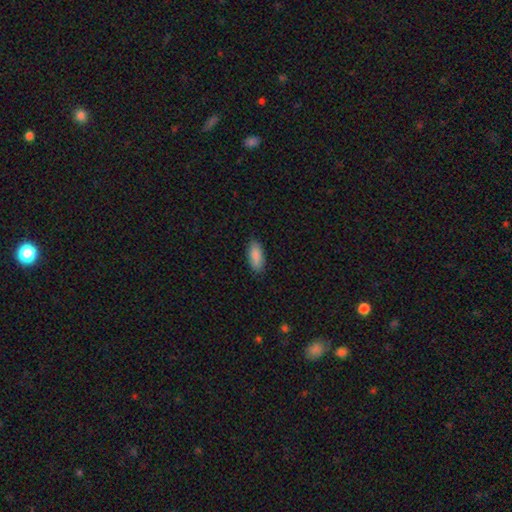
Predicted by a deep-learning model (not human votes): Morphology: type=smooth (88%); roundness=in between (87%); merging=none (84%).